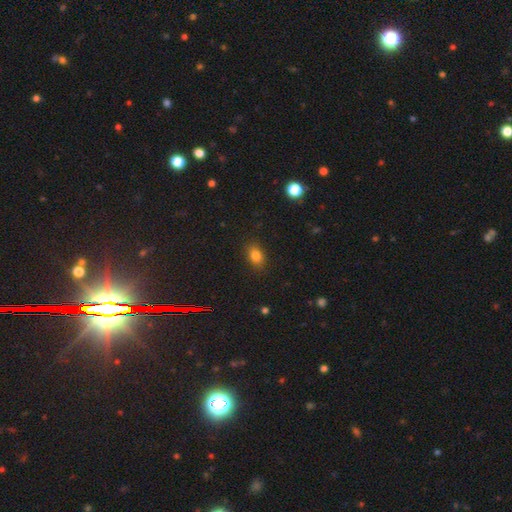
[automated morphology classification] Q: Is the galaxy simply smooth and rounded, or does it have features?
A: smooth — 82%.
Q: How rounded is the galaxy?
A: in between — 73%.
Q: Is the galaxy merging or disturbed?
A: none — 86%.